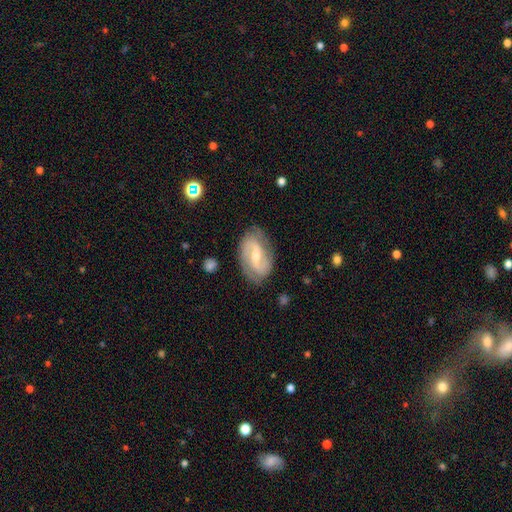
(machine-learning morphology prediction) smooth-or-featured: featured or disk: 81% | smooth: 14% | star or artifact: 5%
  disk-edge-on: no: 96% | yes: 4%
    bar: weak: 50% | strong: 27% | no: 23%
    has-spiral-arms: yes: 93% | no: 7%
      spiral-winding: medium: 46% | loose: 29% | tight: 25%
      spiral-arm-count: 2: 87% | can't tell: 7% | 1: 2% | 3: 2% | 4: 1% | more than 4: 1%
    bulge-size: small: 50% | moderate: 45% | large: 2% | none: 2% | dominant: 1%
  merging: none: 78% | minor disturbance: 16% | major disturbance: 4% | merger: 1%